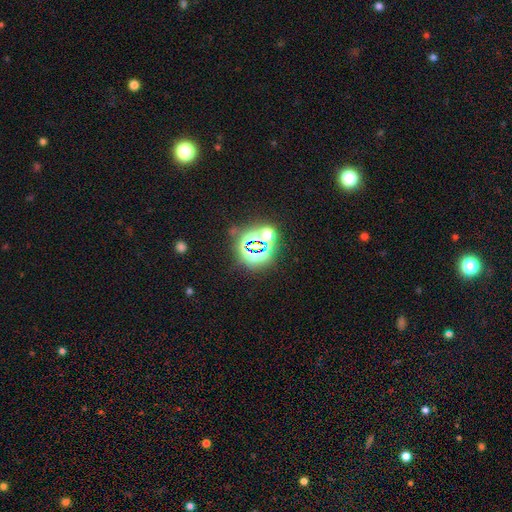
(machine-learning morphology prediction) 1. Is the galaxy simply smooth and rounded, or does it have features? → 75% star or artifact, 16% smooth, 9% featured or disk.